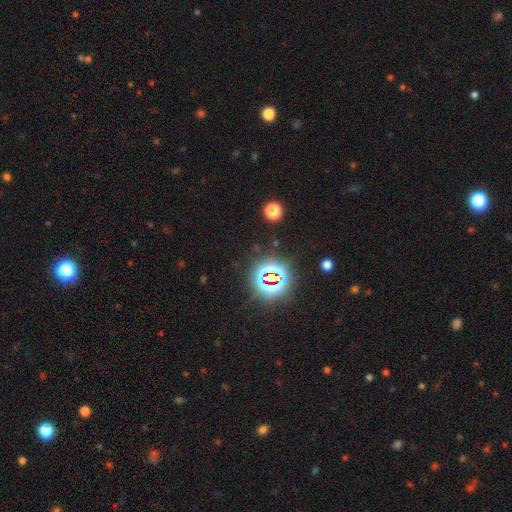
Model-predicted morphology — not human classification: Smooth or featured? star or artifact (81%)